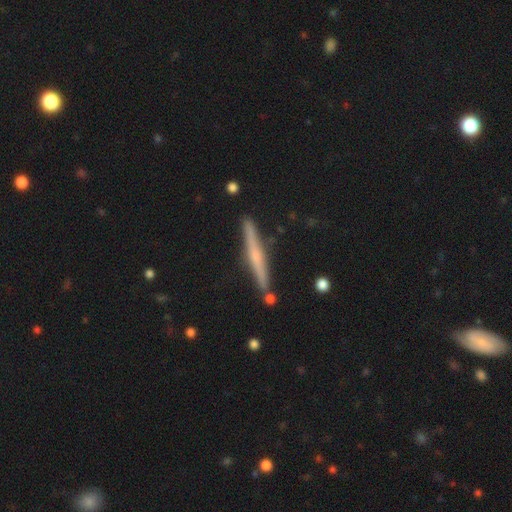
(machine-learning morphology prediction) smooth_or_featured: featured or disk (p=0.67) [alt: smooth p=0.26]
disk_edge_on: yes (p=0.98) [alt: no p=0.02]
edge_on_bulge: rounded (p=0.57) [alt: none p=0.33]
merging: none (p=0.87) [alt: minor disturbance p=0.08]